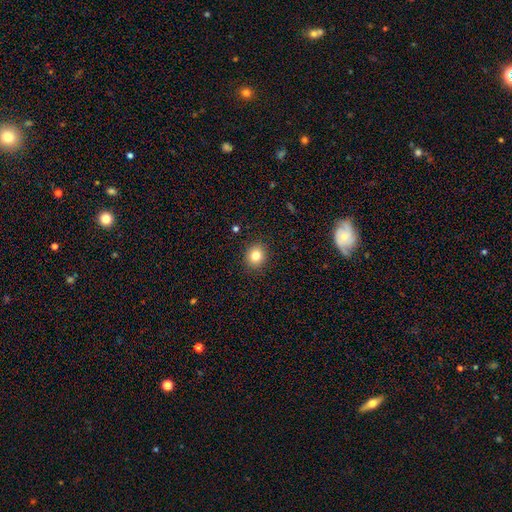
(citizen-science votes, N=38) smooth_or_featured: smooth (p=0.84) [alt: featured or disk p=0.11]
how_rounded: round (p=0.81) [alt: in between p=0.19]
merging: none (p=0.89) [alt: minor disturbance p=0.11]